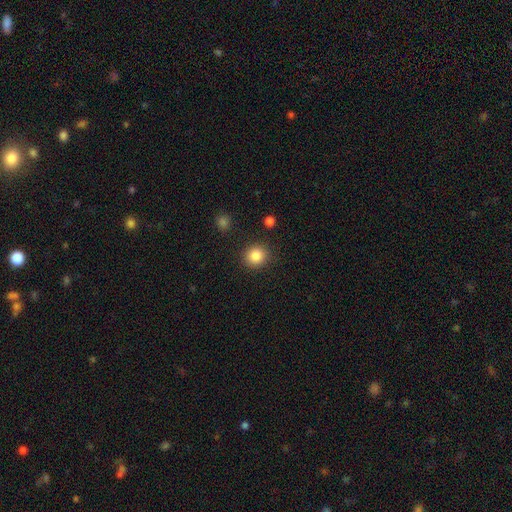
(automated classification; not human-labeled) Q: Smooth or featured?
A: smooth (85%); runner-up: star or artifact (10%)
Q: How rounded?
A: round (86%); runner-up: in between (13%)
Q: Merging?
A: none (89%); runner-up: minor disturbance (7%)